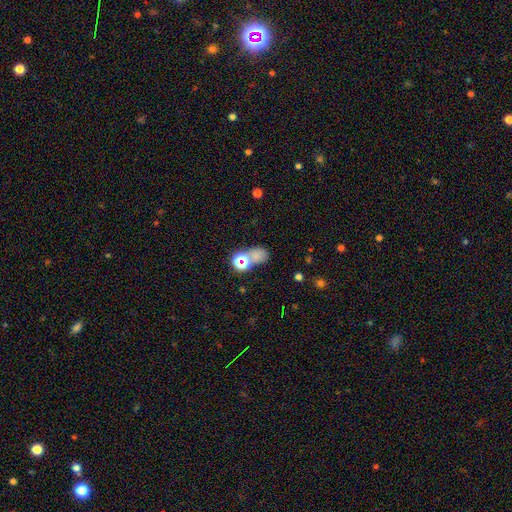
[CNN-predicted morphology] This appears to be a smooth galaxy with no disk features (57%) that is in between round and cigar-shaped (63%). Merging: none (47%).